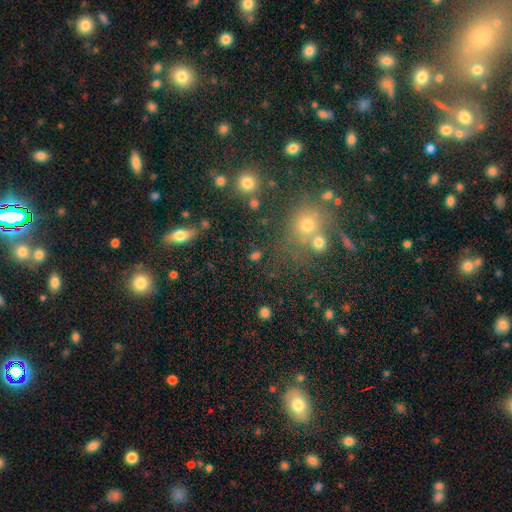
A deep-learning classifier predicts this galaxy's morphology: The model was most divided on "smooth or featured": smooth: 55%, star or artifact: 31%, featured or disk: 14%. More confident: merging — none (69%); how rounded — round (68%).